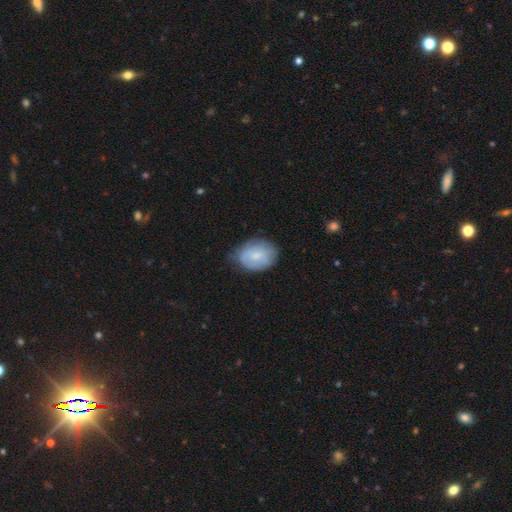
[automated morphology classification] Smooth or featured? smooth (71%)
How rounded? in between (75%)
Merging? none (64%)